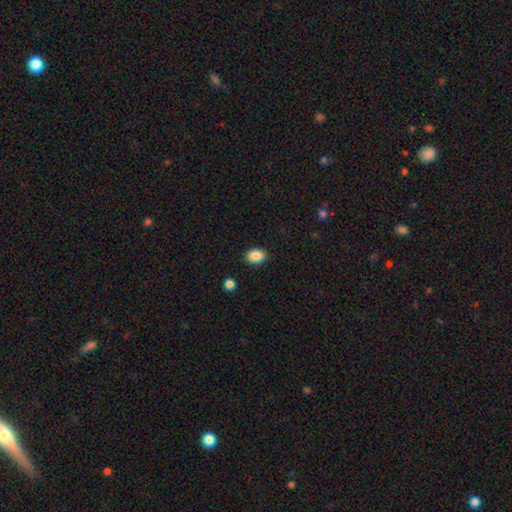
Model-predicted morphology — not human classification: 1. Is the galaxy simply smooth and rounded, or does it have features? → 88% smooth, 8% star or artifact, 4% featured or disk.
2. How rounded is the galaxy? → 66% in between, 33% round, 1% cigar-shaped.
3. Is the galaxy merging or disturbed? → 89% none, 7% minor disturbance, 2% major disturbance, 1% merger.